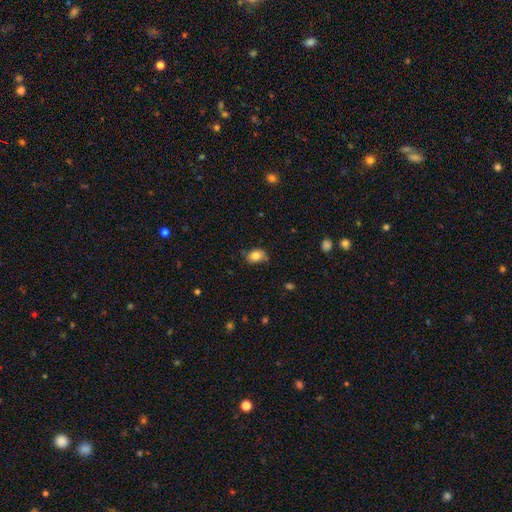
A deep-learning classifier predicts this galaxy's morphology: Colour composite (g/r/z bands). It shows a smooth galaxy with no disk features (80%) that is in between round and cigar-shaped (72%). Merging: none (66%).